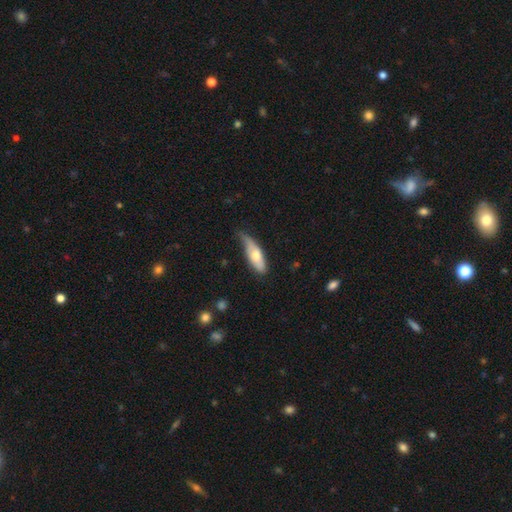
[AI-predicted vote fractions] smooth_or_featured: smooth (p=0.63) [alt: featured or disk p=0.32]
how_rounded: in between (p=0.59) [alt: cigar-shaped p=0.39]
merging: minor disturbance (p=0.45) [alt: none p=0.38]